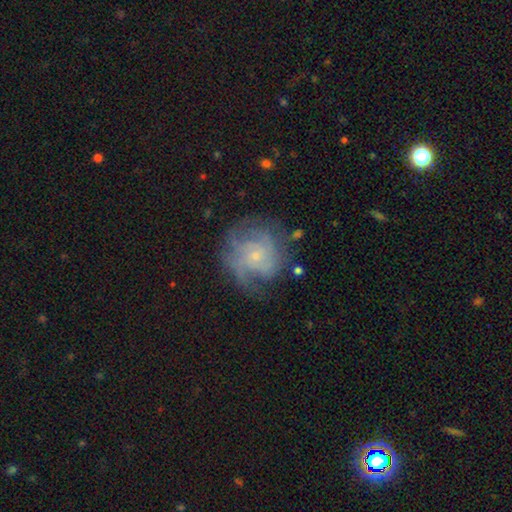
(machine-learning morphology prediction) A featured or disk galaxy (73%) with no bar (77%), tight (50%) spiral arms (89%) and a small central bulge (79%).

Vote fractions:
- Smooth or featured? featured or disk: 73% / smooth: 18% / star or artifact: 9%
- Edge-on disk? no: 98% / yes: 2%
- Bar? no: 77% / weak: 20% / strong: 3%
- Spiral arms? yes: 89% / no: 11%
- Spiral winding? tight: 50% / medium: 36% / loose: 14%
- Spiral arm count? can't tell: 40% / 3: 19% / 2: 18% / 4: 10% / 1: 7% / more than 4: 6%
- Bulge size? small: 79% / moderate: 14% / none: 4% / large: 1% / dominant: 1%
- Merging? none: 63% / minor disturbance: 21% / major disturbance: 14% / merger: 2%